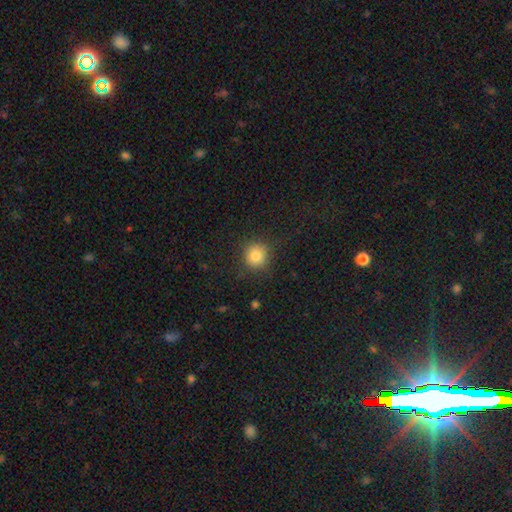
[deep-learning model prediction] smooth-or-featured: smooth: 83% | star or artifact: 11% | featured or disk: 6%
  how-rounded: round: 91% | in between: 8% | cigar-shaped: 1%
  merging: none: 87% | minor disturbance: 8% | major disturbance: 3% | merger: 1%